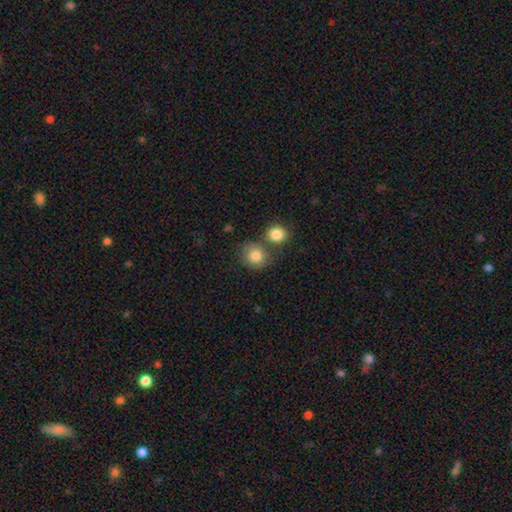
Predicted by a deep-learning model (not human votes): Smooth or featured? Predicted: smooth (p=0.83). How rounded? Predicted: round (p=0.78). Merging? Predicted: none (p=0.58).